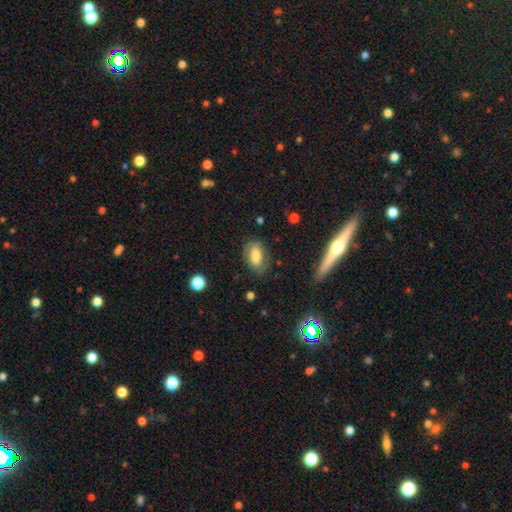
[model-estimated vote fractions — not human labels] Smooth or featured?
  - smooth: 61% *
  - featured or disk: 30%
  - star or artifact: 9%
How rounded?
  - in between: 88% *
  - round: 9%
  - cigar-shaped: 3%
Merging?
  - none: 73% *
  - minor disturbance: 18%
  - major disturbance: 8%
  - merger: 2%